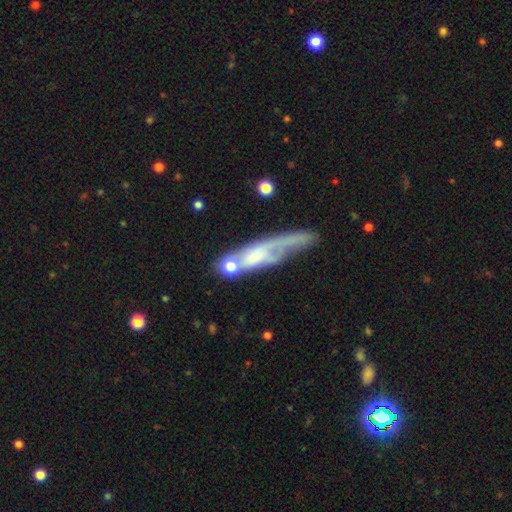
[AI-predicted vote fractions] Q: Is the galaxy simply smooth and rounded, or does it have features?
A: featured or disk — 56%.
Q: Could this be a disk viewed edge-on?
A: no — 63%.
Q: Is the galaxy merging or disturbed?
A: none — 31%.